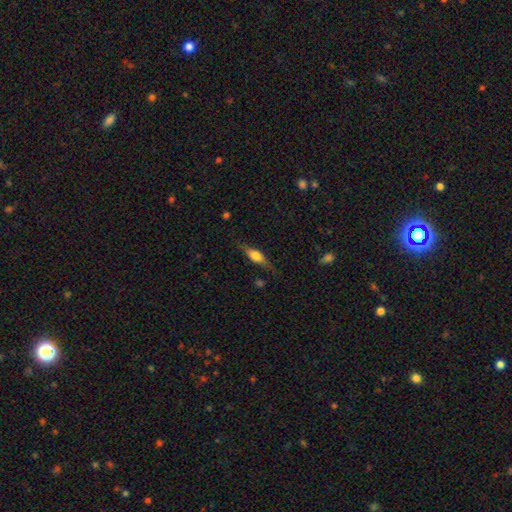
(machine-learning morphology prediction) Smooth or featured?
  - featured or disk: 52% *
  - smooth: 41%
  - star or artifact: 7%
Edge-on disk?
  - yes: 92% *
  - no: 8%
Merging?
  - none: 75% *
  - minor disturbance: 18%
  - major disturbance: 5%
  - merger: 2%